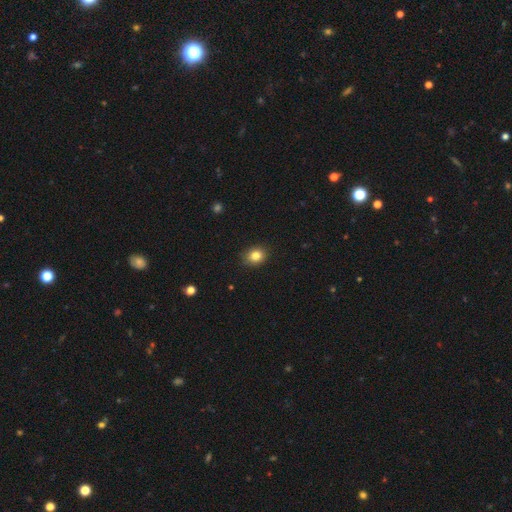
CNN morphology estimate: A smooth galaxy with no disk features (83%) that is round (63%).

Vote fractions:
- Smooth or featured? smooth: 83% / star or artifact: 11% / featured or disk: 6%
- How rounded? round: 63% / in between: 37% / cigar-shaped: 1%
- Merging? none: 86% / minor disturbance: 11% / major disturbance: 2% / merger: 1%